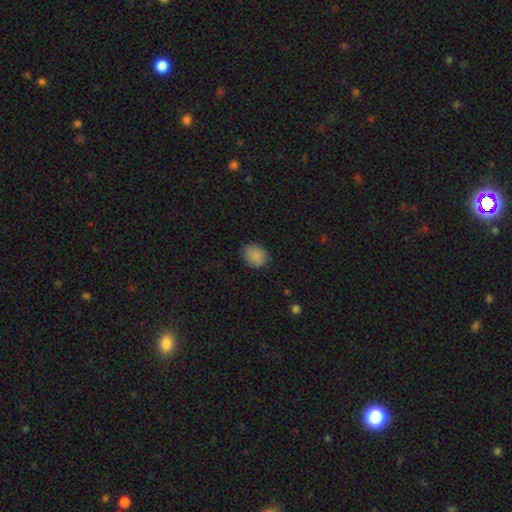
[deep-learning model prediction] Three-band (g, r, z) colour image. It shows a smooth galaxy with no disk features (87%) that is in between round and cigar-shaped (52%). Merging: none (83%).